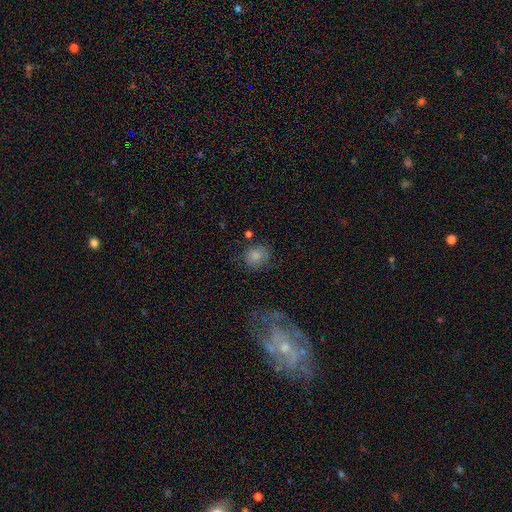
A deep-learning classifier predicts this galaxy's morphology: smooth-or-featured: smooth: 81% | star or artifact: 10% | featured or disk: 9%
  how-rounded: round: 77% | in between: 22% | cigar-shaped: 1%
  merging: none: 68% | minor disturbance: 19% | major disturbance: 8% | merger: 5%